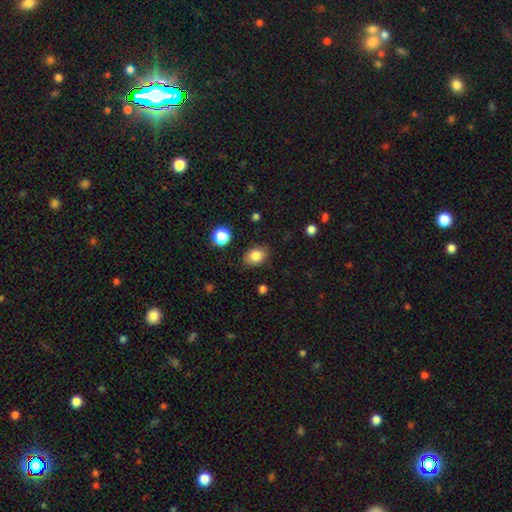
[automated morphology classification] This appears to be a smooth galaxy with no disk features (83%) that is in between round and cigar-shaped (72%). Merging: none (84%).